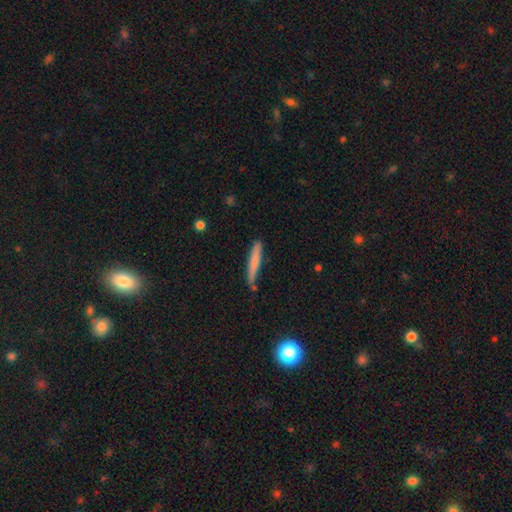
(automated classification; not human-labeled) Smooth or featured? Predicted: smooth (p=0.70). How rounded? Predicted: cigar-shaped (p=0.95). Merging? Predicted: none (p=0.78).